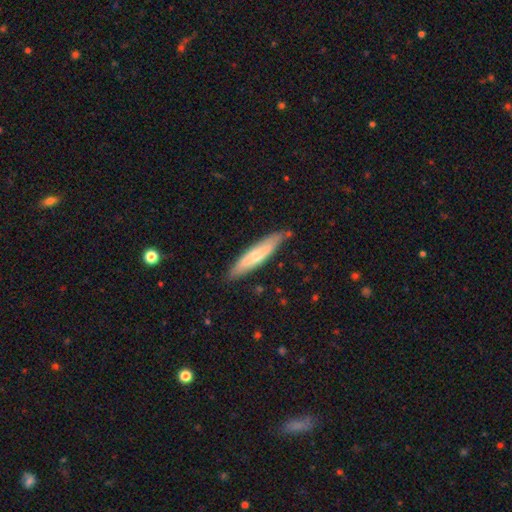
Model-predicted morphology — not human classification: The model was most divided on "smooth or featured": smooth: 52%, featured or disk: 43%, star or artifact: 5%. More confident: how rounded — cigar-shaped (84%); merging — none (82%).